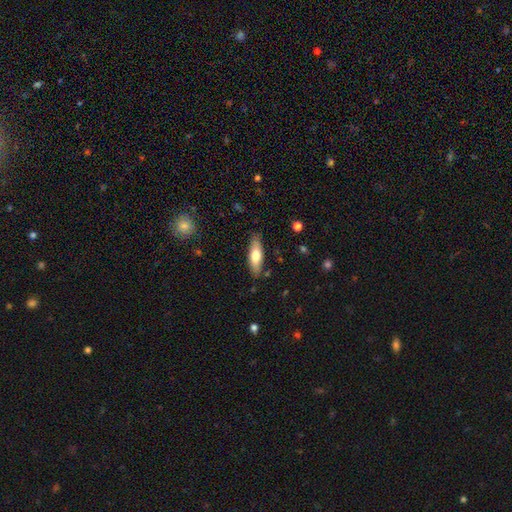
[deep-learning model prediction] Smooth or featured? Predicted: smooth (p=0.68). How rounded? Predicted: in between (p=0.53). Merging? Predicted: none (p=0.84).